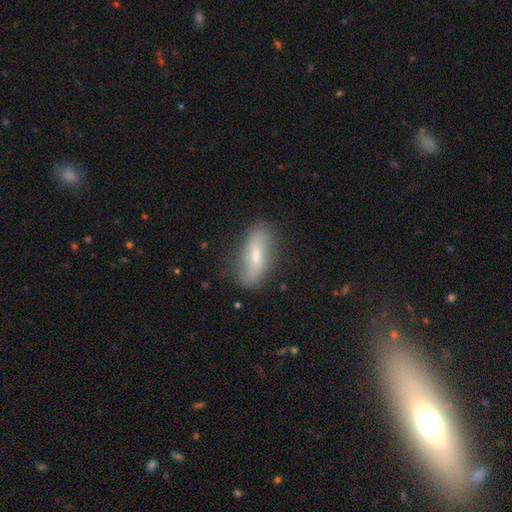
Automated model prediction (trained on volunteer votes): Smooth or featured? smooth (52%)
How rounded? in between (63%)
Merging? none (76%)